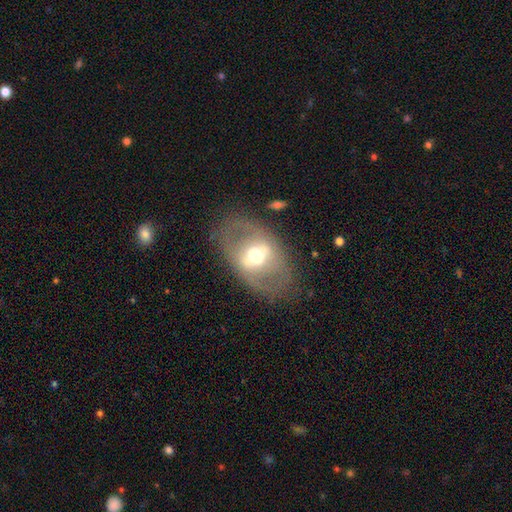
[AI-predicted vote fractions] Overall: featured or disk (61%; smooth 32%). Edge-on disk: no (87%). Bar: strong (42%; weak 36%). Spiral arms: no (79%). Bulge size: moderate (63%). Merging: none (76%).